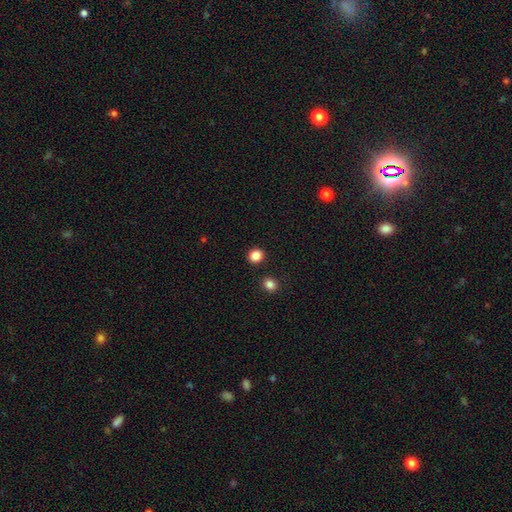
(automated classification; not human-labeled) Morphology: type=smooth (86%); roundness=round (83%); merging=none (90%).